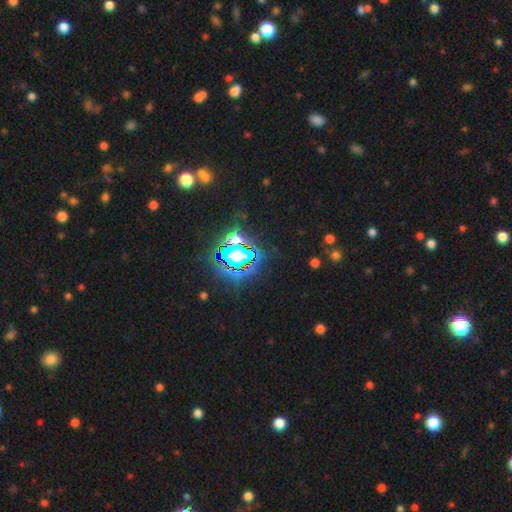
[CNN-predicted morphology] star or artifact 75%, smooth 14%, featured or disk 10%.